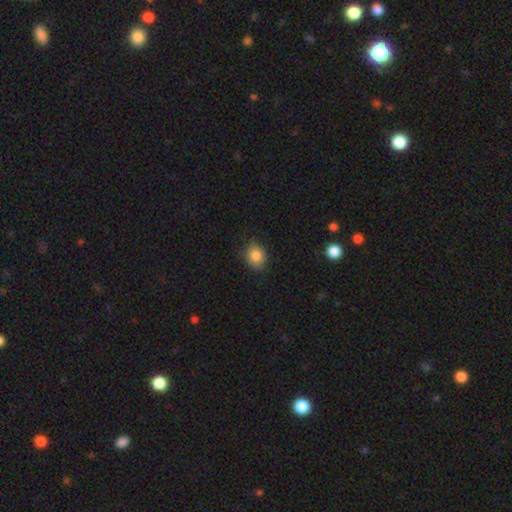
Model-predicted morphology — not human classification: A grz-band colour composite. It shows a smooth galaxy with no disk features (85%) that is round (52%). Merging: none (83%).